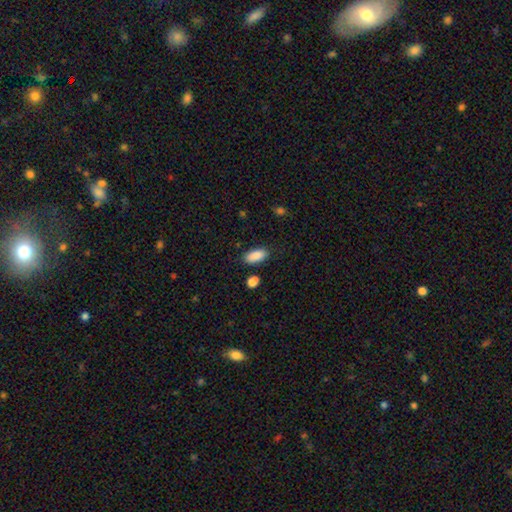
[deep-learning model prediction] Smooth or featured? smooth (89%)
How rounded? in between (88%)
Merging? none (83%)